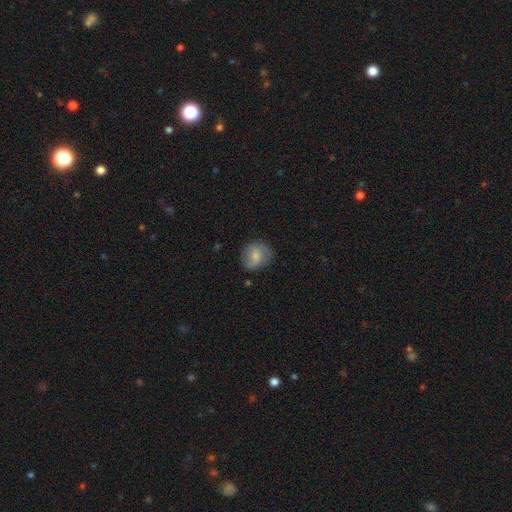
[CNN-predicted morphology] type=smooth (60%); roundness=round (73%); merging=none (74%).